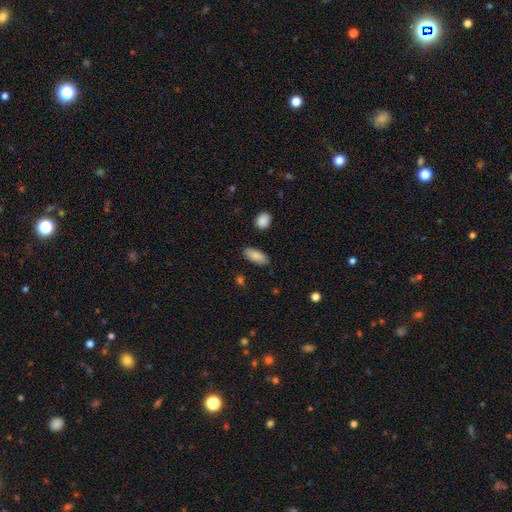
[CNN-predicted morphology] smooth 87%, star or artifact 7%, featured or disk 6%. Down the decision tree: how rounded — in between (85%); merging — none (86%).